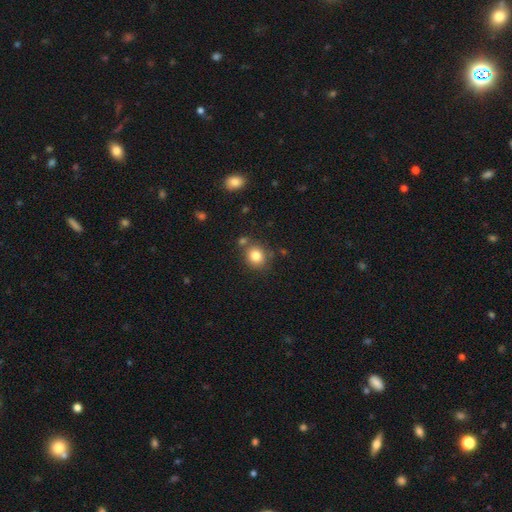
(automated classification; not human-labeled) Smooth or featured? Predicted: smooth (p=0.82). How rounded? Predicted: round (p=0.76). Merging? Predicted: none (p=0.74).